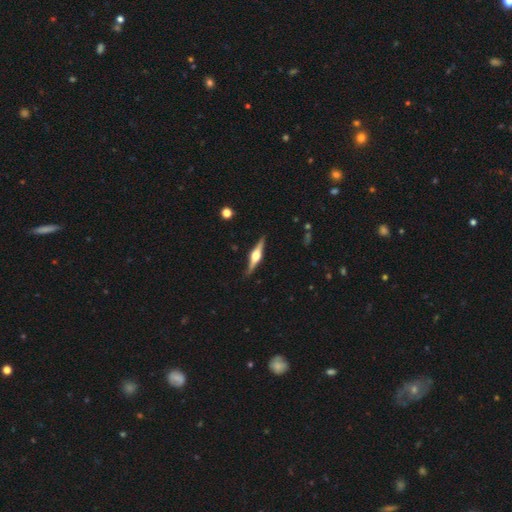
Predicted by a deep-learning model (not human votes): smooth_or_featured: featured or disk (p=0.80) [alt: smooth p=0.15]
disk_edge_on: yes (p=0.98) [alt: no p=0.02]
edge_on_bulge: rounded (p=0.93) [alt: boxy p=0.05]
merging: none (p=0.88) [alt: minor disturbance p=0.09]